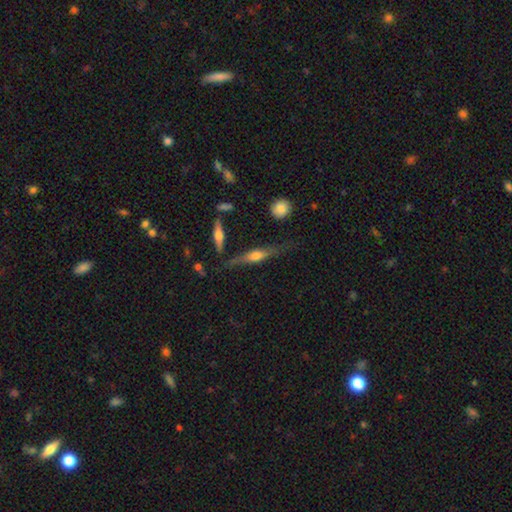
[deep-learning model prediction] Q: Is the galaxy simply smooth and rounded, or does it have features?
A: featured or disk — 68%.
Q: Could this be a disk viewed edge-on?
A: yes — 95%.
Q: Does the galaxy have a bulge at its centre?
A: rounded — 86%.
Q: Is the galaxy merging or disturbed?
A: none — 72%.